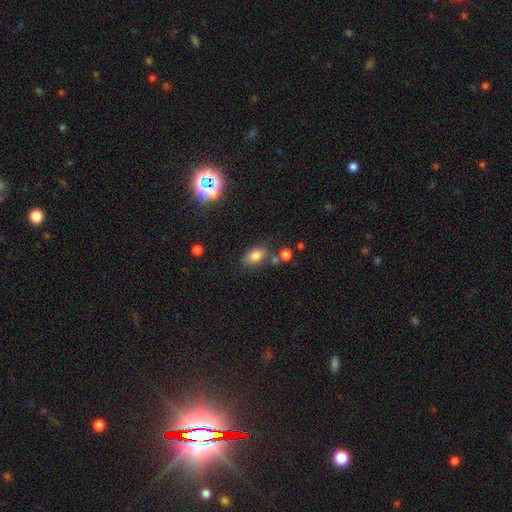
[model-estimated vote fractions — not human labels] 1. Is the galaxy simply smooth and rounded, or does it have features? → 80% smooth, 11% star or artifact, 9% featured or disk.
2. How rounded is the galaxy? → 86% in between, 11% round, 3% cigar-shaped.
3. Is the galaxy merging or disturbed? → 65% none, 18% minor disturbance, 12% merger, 5% major disturbance.